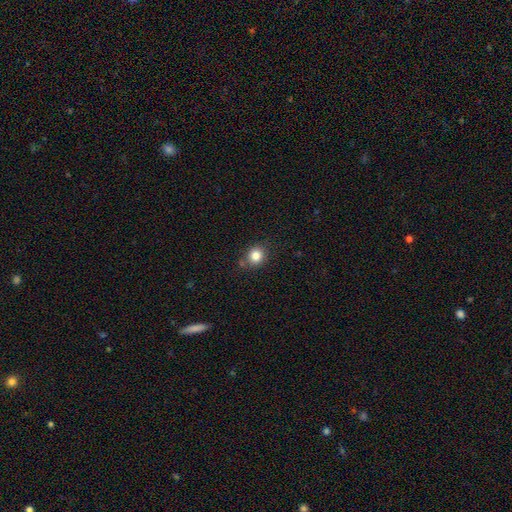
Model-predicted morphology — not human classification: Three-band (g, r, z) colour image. It shows a smooth galaxy with no disk features (83%) that is round (78%). Merging: none (77%).